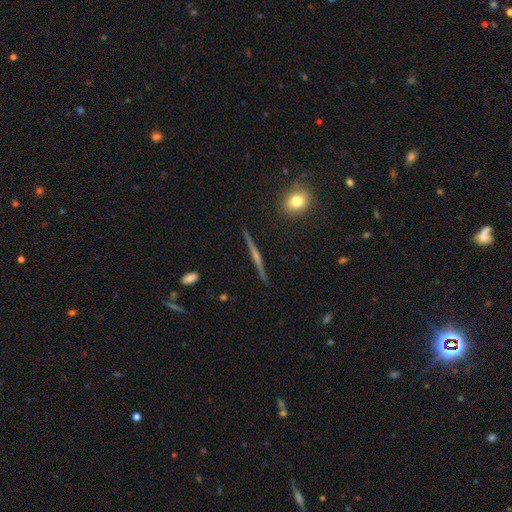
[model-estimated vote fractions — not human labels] Overall: featured or disk (76%). Edge-on disk: yes (98%). Edge-on bulge: rounded (57%; none 32%). Merging: none (92%).